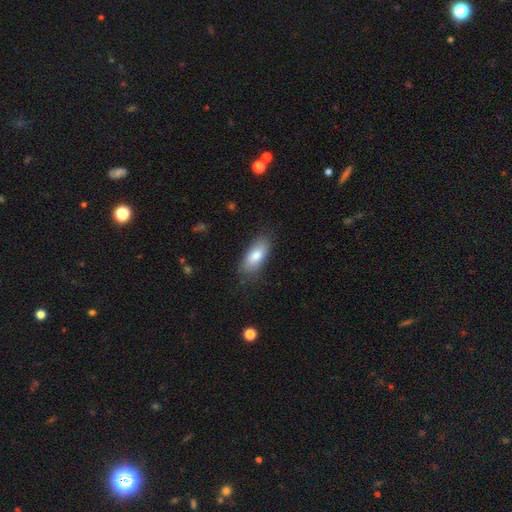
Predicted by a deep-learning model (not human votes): The model was most divided on "smooth or featured": smooth: 80%, featured or disk: 13%, star or artifact: 7%. More confident: how rounded — in between (83%); merging — none (81%).